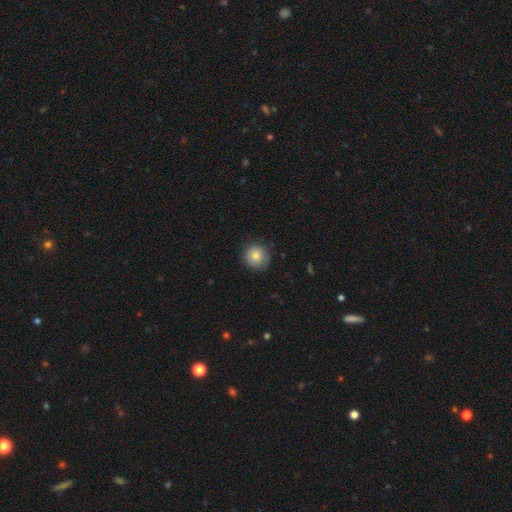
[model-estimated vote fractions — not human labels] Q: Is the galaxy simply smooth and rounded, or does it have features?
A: smooth — 83%.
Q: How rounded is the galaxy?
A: round — 94%.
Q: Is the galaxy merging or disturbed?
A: none — 88%.